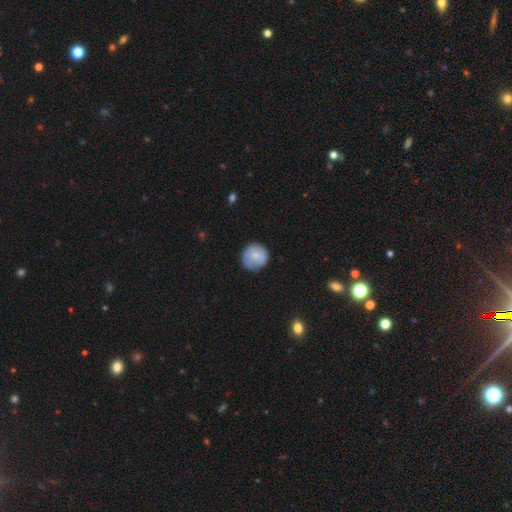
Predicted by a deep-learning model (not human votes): Overall: smooth (76%). How rounded: round (93%). Merging: none (79%).